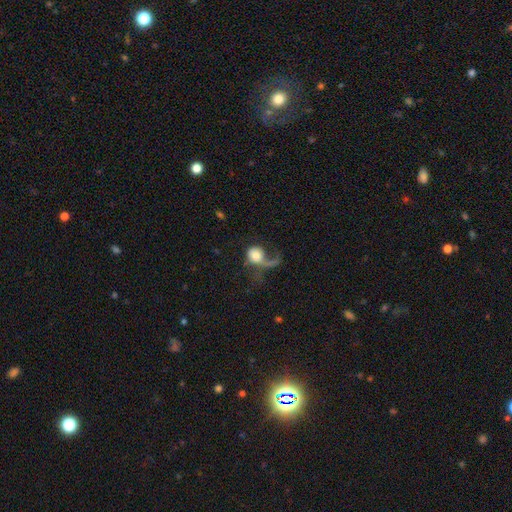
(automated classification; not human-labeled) Smooth or featured?
  - smooth: 53% *
  - featured or disk: 39%
  - star or artifact: 9%
How rounded?
  - round: 68% *
  - in between: 30%
  - cigar-shaped: 2%
Merging?
  - major disturbance: 59% *
  - none: 21%
  - minor disturbance: 13%
  - merger: 7%